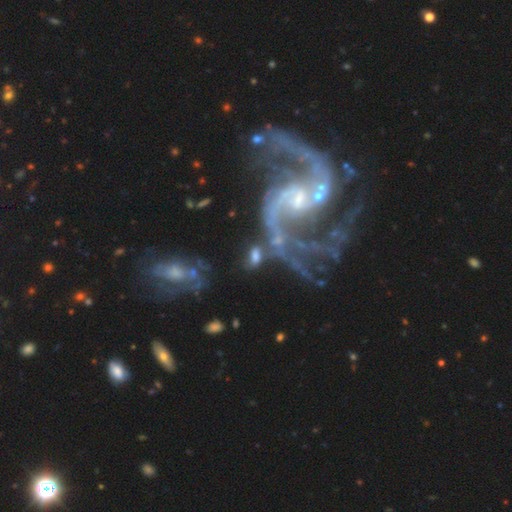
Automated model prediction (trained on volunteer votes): Smooth or featured? featured or disk (50%)
Merging? none (47%)